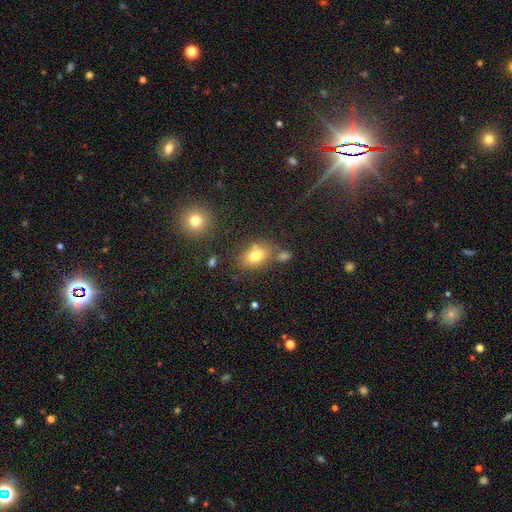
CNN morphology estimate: This appears to be a smooth galaxy with no disk features (77%) that is in between round and cigar-shaped (80%). Merging: none (67%).